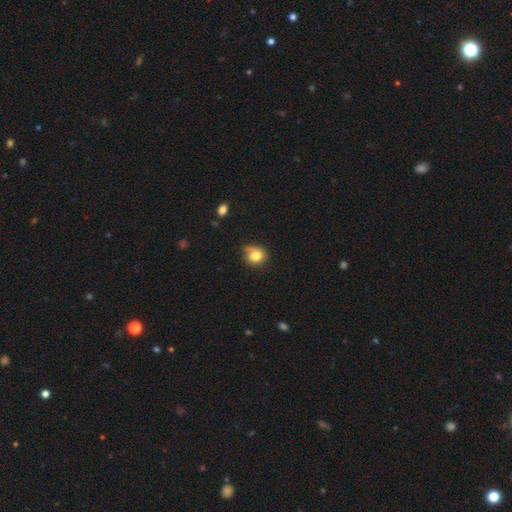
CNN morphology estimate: A smooth galaxy with no disk features (80%) that is round (71%).

Vote fractions:
- Smooth or featured? smooth: 80% / featured or disk: 11% / star or artifact: 9%
- How rounded? round: 71% / in between: 28% / cigar-shaped: 1%
- Merging? none: 55% / minor disturbance: 31% / major disturbance: 10% / merger: 4%